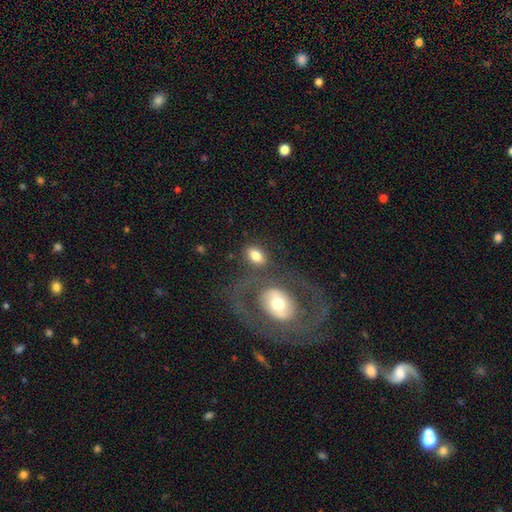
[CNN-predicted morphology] smooth-or-featured: smooth: 72% | featured or disk: 21% | star or artifact: 7%
  how-rounded: in between: 83% | round: 15% | cigar-shaped: 2%
  merging: none: 57% | merger: 21% | minor disturbance: 13% | major disturbance: 10%